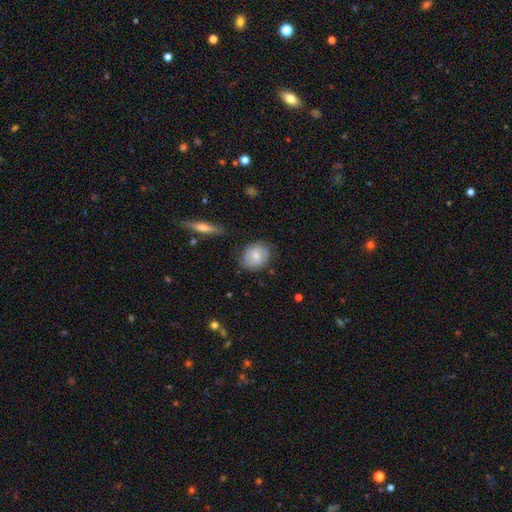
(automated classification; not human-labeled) smooth 60%, featured or disk 33%, star or artifact 7%. Down the decision tree: how rounded — round (60%); merging — none (73%).